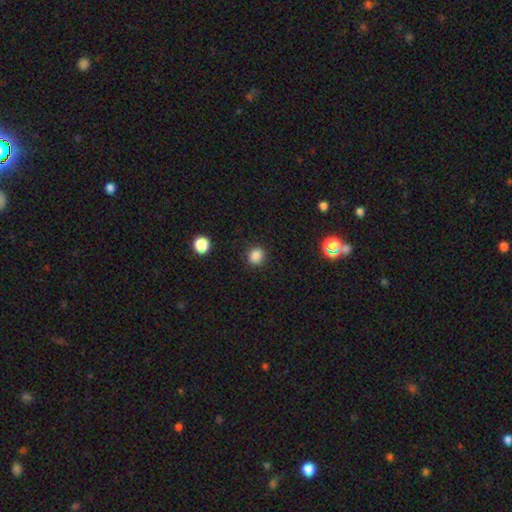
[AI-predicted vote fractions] smooth 86%, star or artifact 12%, featured or disk 3%. Down the decision tree: how rounded — round (81%); merging — none (89%).